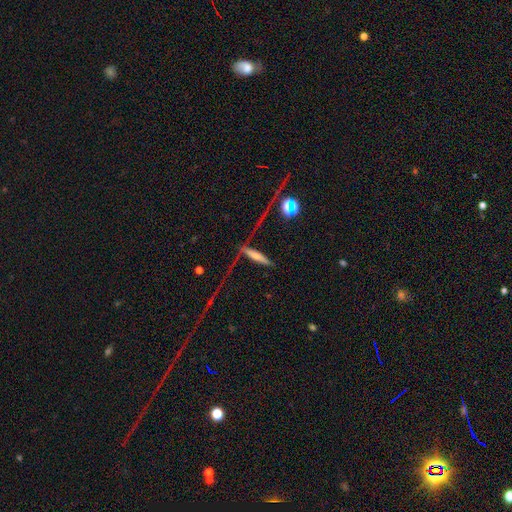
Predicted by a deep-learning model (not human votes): A smooth galaxy with no disk features (48%).

Vote fractions:
- Smooth or featured? smooth: 48% / featured or disk: 40% / star or artifact: 12%
- Merging? none: 56% / major disturbance: 18% / minor disturbance: 18% / merger: 8%